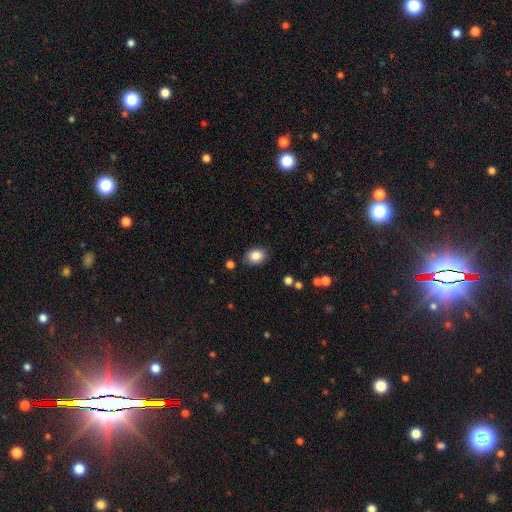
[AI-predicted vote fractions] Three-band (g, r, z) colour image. It shows a smooth galaxy with no disk features (86%) that is in between round and cigar-shaped (66%). Merging: none (82%).